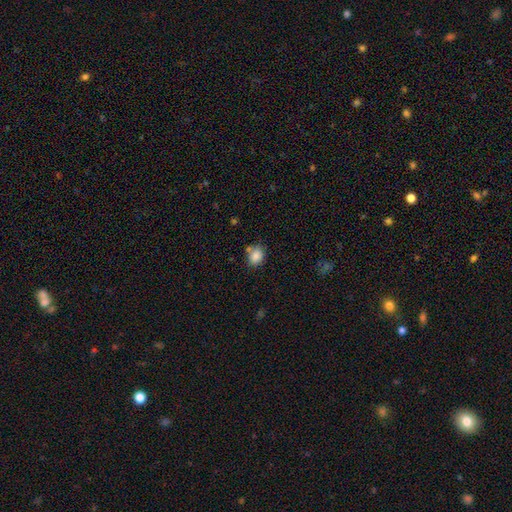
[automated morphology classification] Smooth or featured: smooth — 85% (star or artifact — 9%)
How rounded: round — 51% (in between — 48%)
Merging: none — 70% (minor disturbance — 15%)